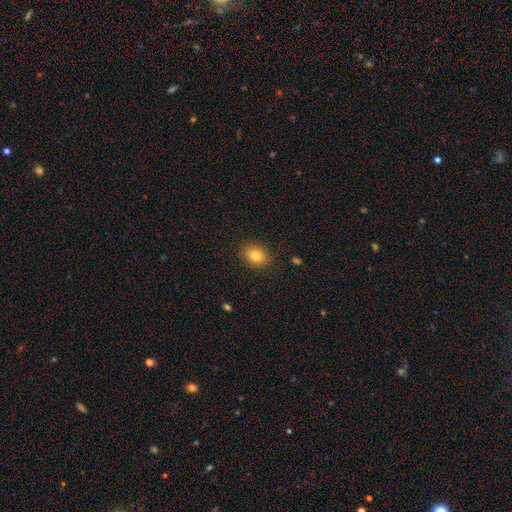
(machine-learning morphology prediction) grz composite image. It shows a smooth galaxy with no disk features (82%) that is round (52%). Merging: none (88%).